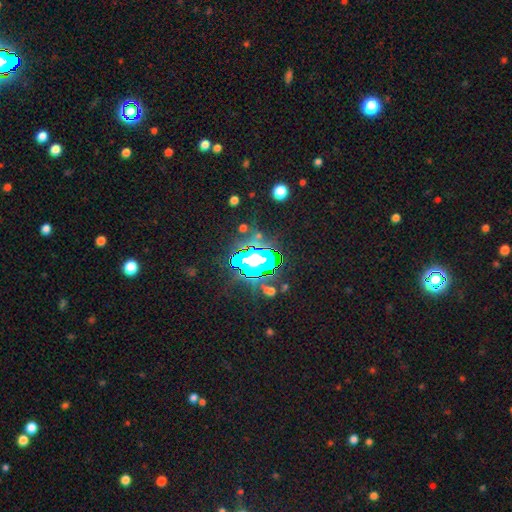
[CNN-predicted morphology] Smooth or featured: star or artifact — 73% (smooth — 15%)